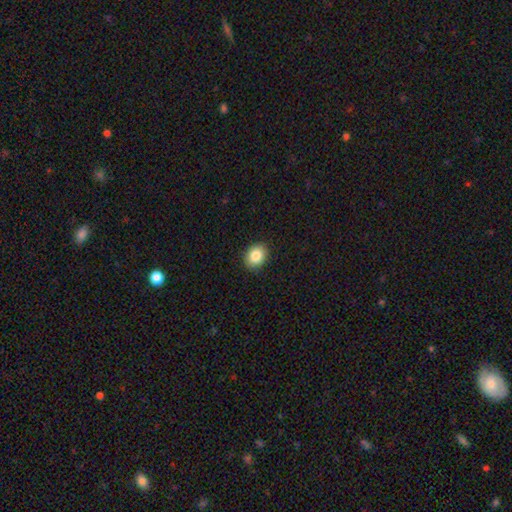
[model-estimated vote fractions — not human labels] The model was most divided on "how rounded": in between: 55%, round: 44%, cigar-shaped: 1%. More confident: merging — none (90%); smooth or featured — smooth (85%).